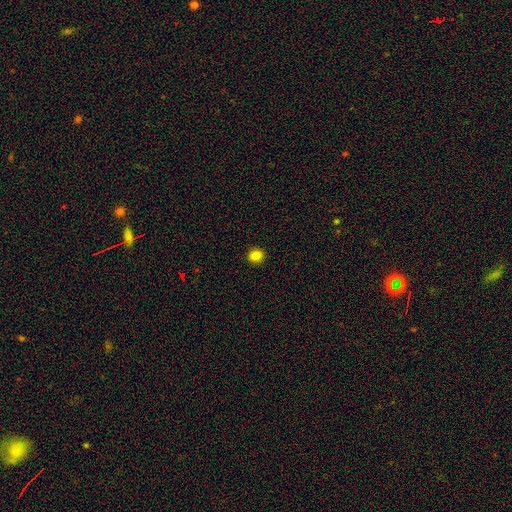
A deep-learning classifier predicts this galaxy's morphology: Smooth or featured? Predicted: smooth (p=0.84). How rounded? Predicted: round (p=0.75). Merging? Predicted: none (p=0.92).